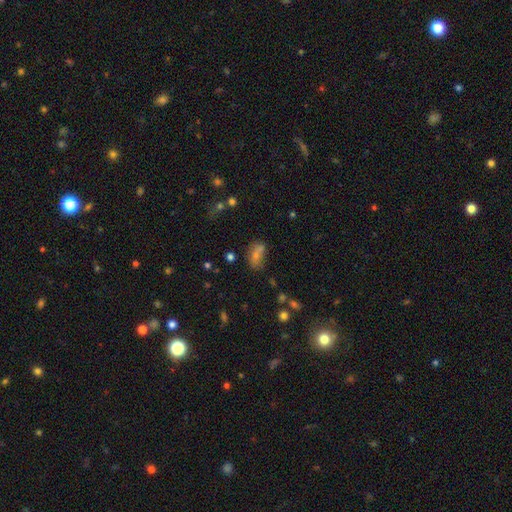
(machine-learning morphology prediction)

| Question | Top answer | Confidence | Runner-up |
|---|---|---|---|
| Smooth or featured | smooth | 60% | star or artifact (22%) |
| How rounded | in between | 77% | round (17%) |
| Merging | none | 49% | merger (26%) |